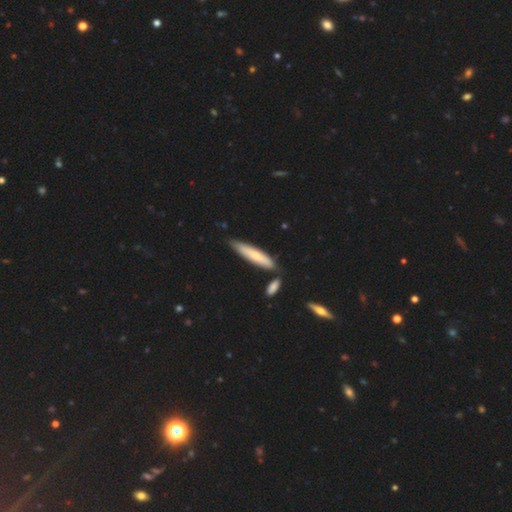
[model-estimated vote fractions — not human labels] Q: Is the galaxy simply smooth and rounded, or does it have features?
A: smooth — 65%.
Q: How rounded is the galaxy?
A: cigar-shaped — 81%.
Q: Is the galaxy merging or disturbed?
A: none — 73%.